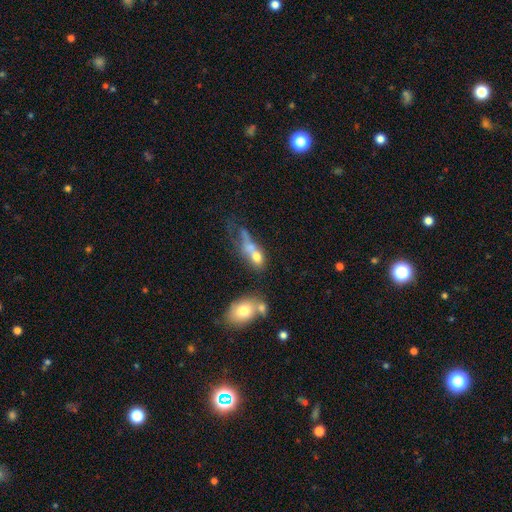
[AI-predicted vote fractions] Morphology: type=smooth (59%); roundness=in between (64%); merging=merger (44%).